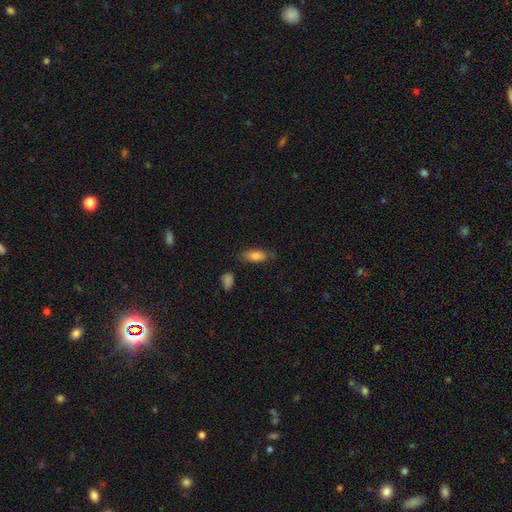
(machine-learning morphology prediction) Smooth or featured: smooth — 80% (featured or disk — 13%)
How rounded: in between — 78% (cigar-shaped — 19%)
Merging: none — 73% (minor disturbance — 19%)